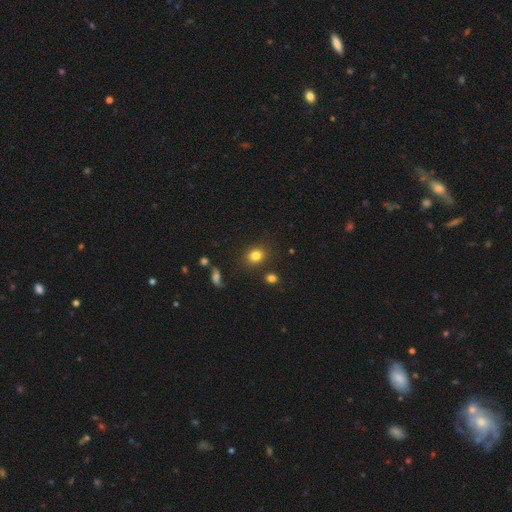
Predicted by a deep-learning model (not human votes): Smooth or featured? Predicted: smooth (p=0.82). How rounded? Predicted: round (p=0.58). Merging? Predicted: none (p=0.83).